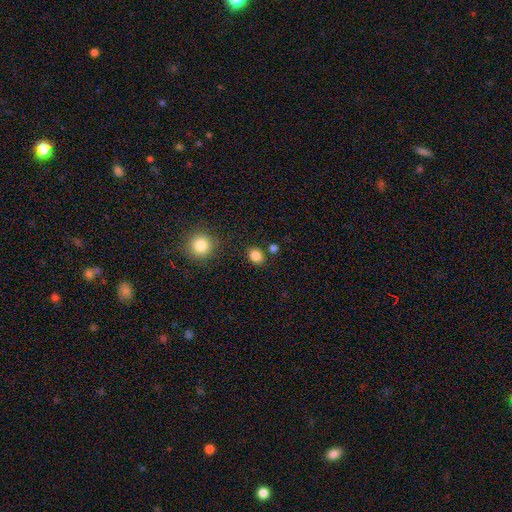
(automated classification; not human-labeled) Smooth or featured: smooth — 85% (star or artifact — 11%)
How rounded: round — 56% (in between — 43%)
Merging: none — 81% (minor disturbance — 9%)